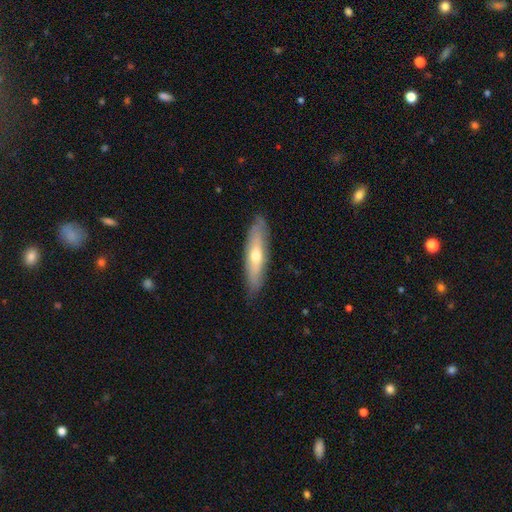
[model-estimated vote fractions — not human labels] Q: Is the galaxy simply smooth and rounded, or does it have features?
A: featured or disk — 51%.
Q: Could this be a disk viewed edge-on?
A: yes — 64%.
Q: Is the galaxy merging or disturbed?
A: none — 84%.